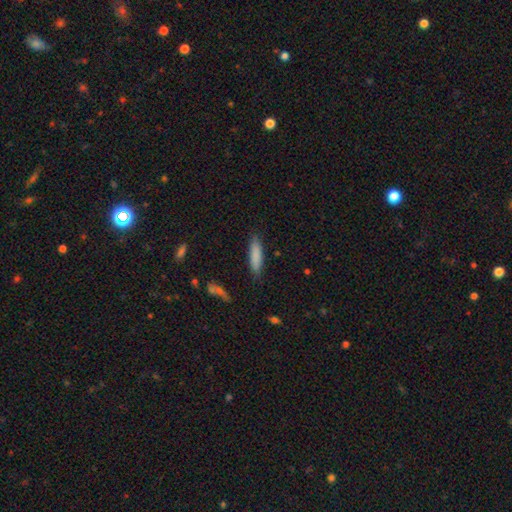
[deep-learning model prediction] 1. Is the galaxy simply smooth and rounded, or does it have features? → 83% smooth, 10% featured or disk, 7% star or artifact.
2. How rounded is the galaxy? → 73% cigar-shaped, 26% in between, 1% round.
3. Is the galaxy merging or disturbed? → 84% none, 12% minor disturbance, 2% major disturbance, 2% merger.